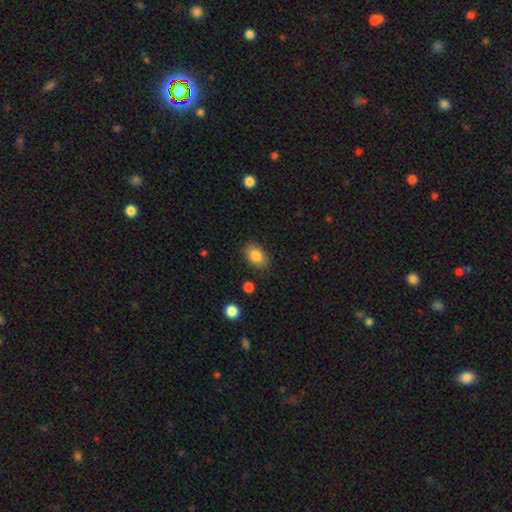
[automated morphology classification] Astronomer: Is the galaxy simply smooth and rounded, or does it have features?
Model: smooth — 85%.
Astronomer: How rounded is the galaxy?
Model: in between — 83%.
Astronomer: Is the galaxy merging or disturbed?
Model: none — 84%.